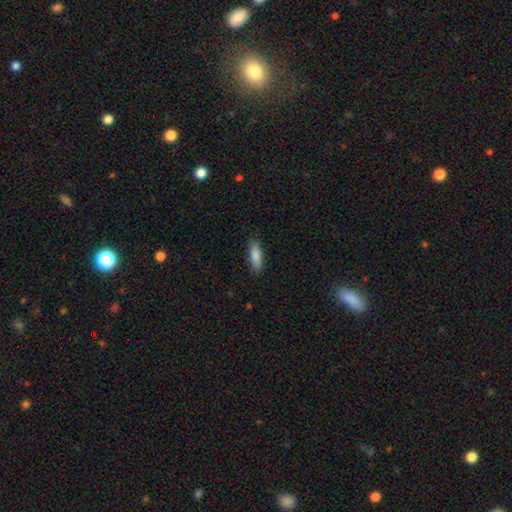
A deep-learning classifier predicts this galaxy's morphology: Q: Smooth or featured?
A: smooth (85%); runner-up: featured or disk (9%)
Q: How rounded?
A: in between (61%); runner-up: cigar-shaped (37%)
Q: Merging?
A: none (85%); runner-up: minor disturbance (12%)